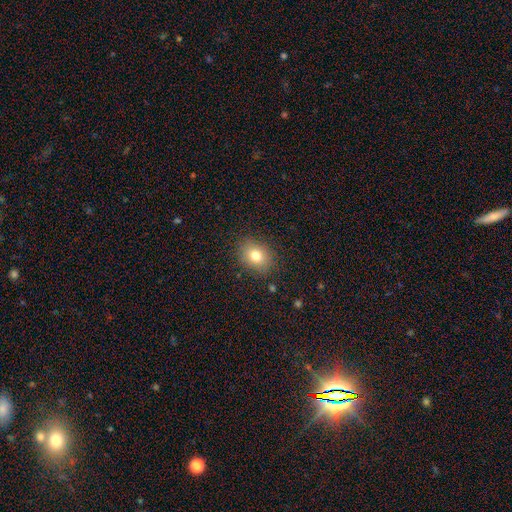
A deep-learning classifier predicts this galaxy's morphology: Smooth or featured? smooth (77%)
How rounded? in between (53%)
Merging? none (85%)